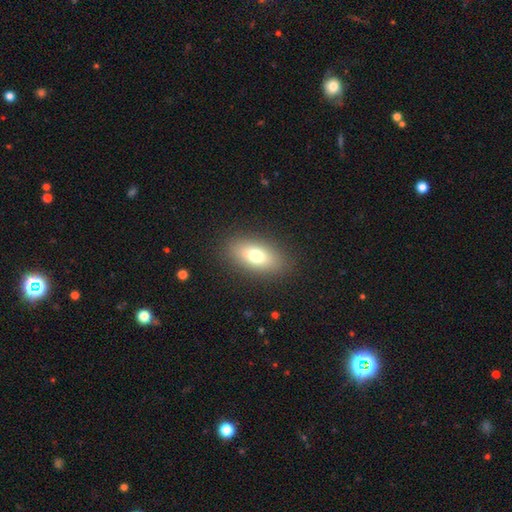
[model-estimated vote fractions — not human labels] This is likely a smooth galaxy (73%). How rounded: clearly in between (85%). Merging: clearly none (87%).